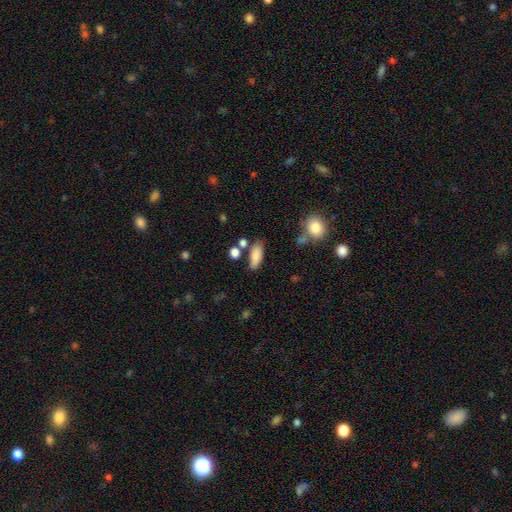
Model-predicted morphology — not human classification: smooth_or_featured: smooth (p=0.85) [alt: star or artifact p=0.08]
how_rounded: in between (p=0.79) [alt: cigar-shaped p=0.17]
merging: none (p=0.71) [alt: minor disturbance p=0.14]